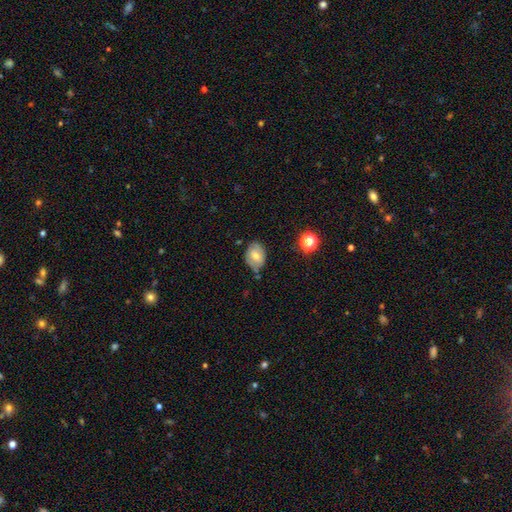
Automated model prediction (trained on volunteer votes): Smooth or featured?
  - smooth: 61% *
  - featured or disk: 30%
  - star or artifact: 9%
How rounded?
  - in between: 68% *
  - round: 31%
  - cigar-shaped: 1%
Merging?
  - none: 61% *
  - minor disturbance: 27%
  - major disturbance: 6%
  - merger: 5%